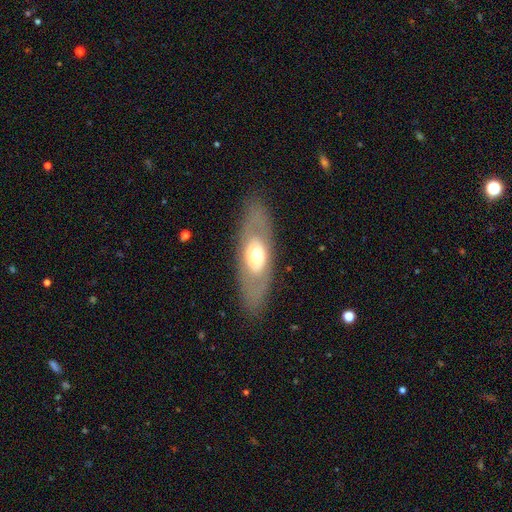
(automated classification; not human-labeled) A featured or disk galaxy (51%).

Vote fractions:
- Smooth or featured? featured or disk: 51% / smooth: 43% / star or artifact: 6%
- Edge-on disk? no: 76% / yes: 24%
- Merging? none: 81% / minor disturbance: 11% / major disturbance: 6% / merger: 1%